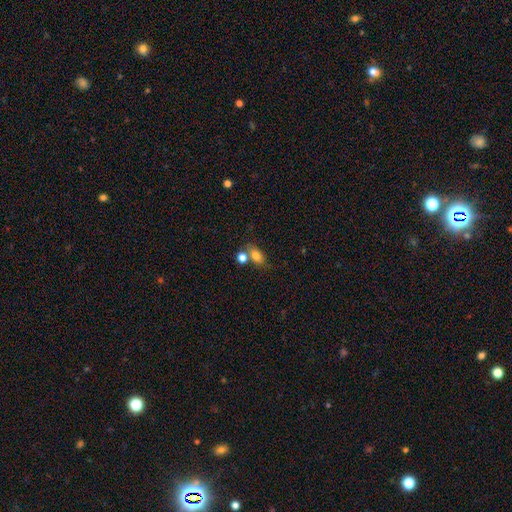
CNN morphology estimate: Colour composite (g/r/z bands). It shows a smooth galaxy with no disk features (78%) that is in between round and cigar-shaped (77%). Merging: none (55%).